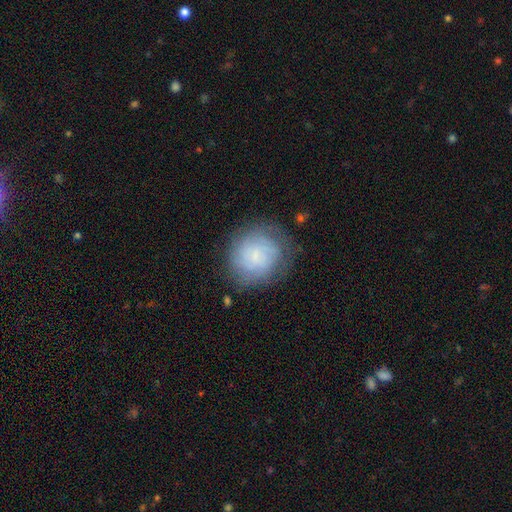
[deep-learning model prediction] Smooth or featured? Predicted: smooth (p=0.55). How rounded? Predicted: round (p=0.82). Merging? Predicted: none (p=0.71).